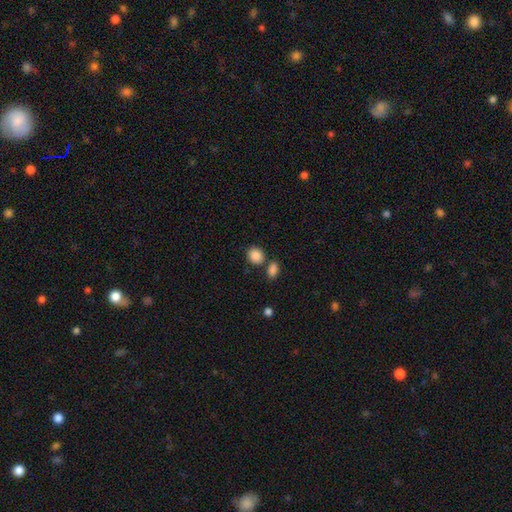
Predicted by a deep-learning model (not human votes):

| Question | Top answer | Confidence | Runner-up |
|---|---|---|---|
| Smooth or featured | smooth | 87% | star or artifact (9%) |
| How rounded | round | 76% | in between (23%) |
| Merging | none | 67% | merger (19%) |